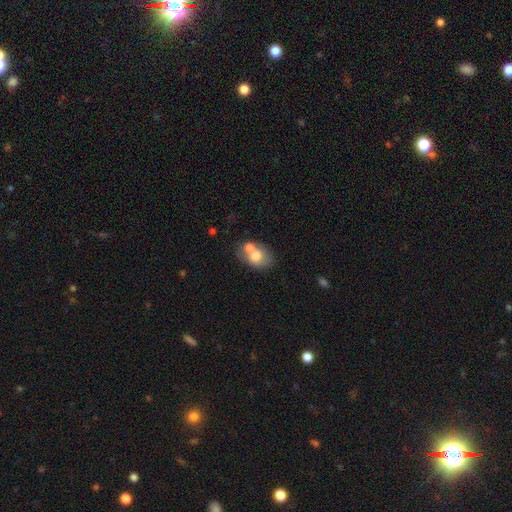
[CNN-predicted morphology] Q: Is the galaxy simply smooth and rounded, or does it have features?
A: smooth — 69%.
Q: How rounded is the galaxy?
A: in between — 70%.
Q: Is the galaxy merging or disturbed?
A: merger — 45%.